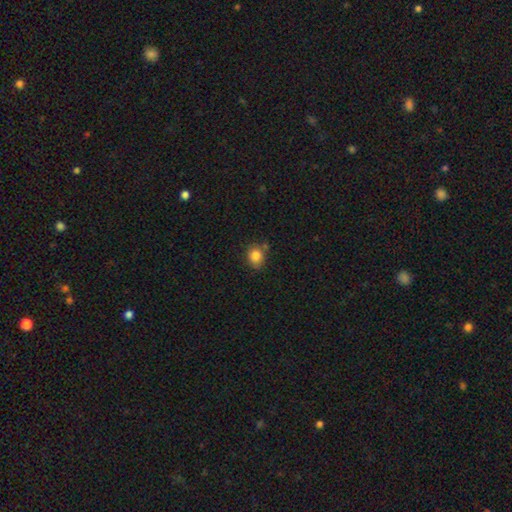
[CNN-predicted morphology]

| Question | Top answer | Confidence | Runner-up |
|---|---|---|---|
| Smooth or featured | smooth | 84% | star or artifact (10%) |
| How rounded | round | 73% | in between (26%) |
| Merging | none | 70% | minor disturbance (17%) |